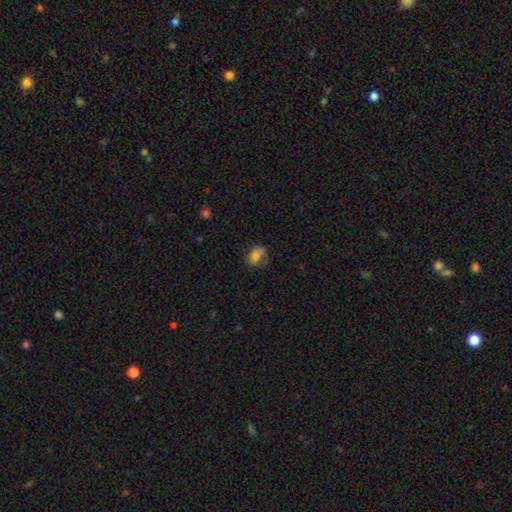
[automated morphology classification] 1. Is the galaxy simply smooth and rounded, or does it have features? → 71% smooth, 18% featured or disk, 10% star or artifact.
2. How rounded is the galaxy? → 77% in between, 21% round, 2% cigar-shaped.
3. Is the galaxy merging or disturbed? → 47% none, 31% minor disturbance, 16% major disturbance, 5% merger.